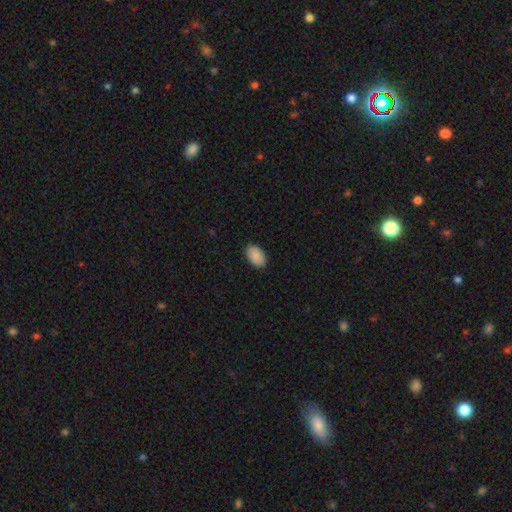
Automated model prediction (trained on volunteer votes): A smooth galaxy with no disk features (89%) that is in between round and cigar-shaped (92%).

Vote fractions:
- Smooth or featured? smooth: 89% / star or artifact: 6% / featured or disk: 4%
- How rounded? in between: 92% / round: 7% / cigar-shaped: 1%
- Merging? none: 89% / minor disturbance: 8% / major disturbance: 2% / merger: 1%